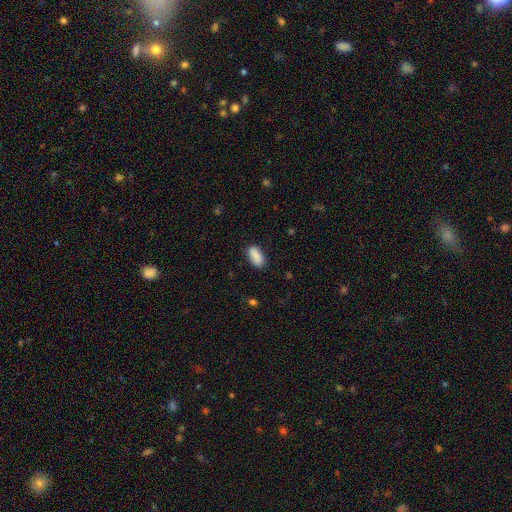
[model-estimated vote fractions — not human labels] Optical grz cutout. It shows a smooth galaxy with no disk features (89%) that is in between round and cigar-shaped (91%). Merging: none (84%).